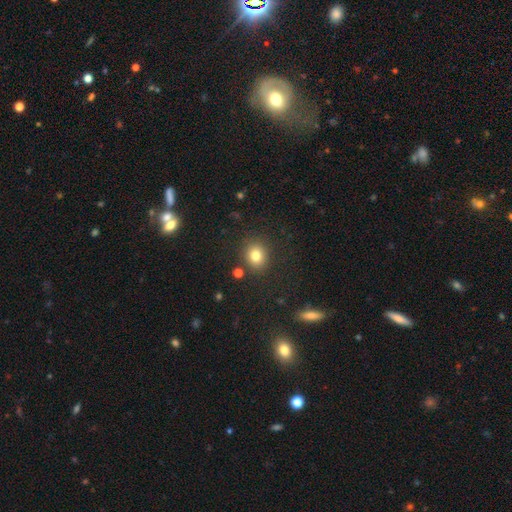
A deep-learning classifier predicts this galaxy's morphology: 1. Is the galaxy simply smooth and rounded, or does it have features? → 80% smooth, 12% star or artifact, 7% featured or disk.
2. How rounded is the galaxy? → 72% round, 27% in between, 1% cigar-shaped.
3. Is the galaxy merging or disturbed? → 85% none, 9% minor disturbance, 3% merger, 3% major disturbance.